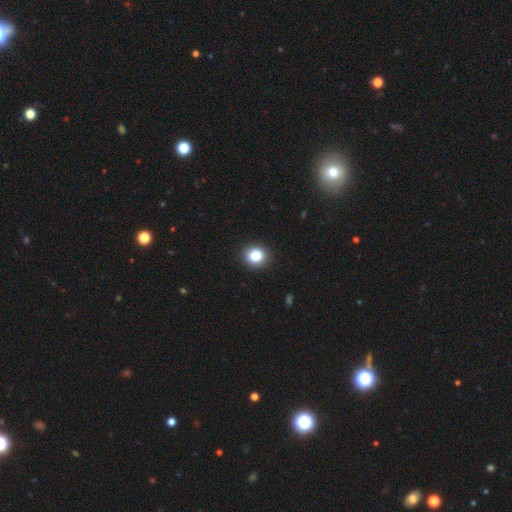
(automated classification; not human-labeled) Overall: smooth (86%). How rounded: round (78%). Merging: none (90%).